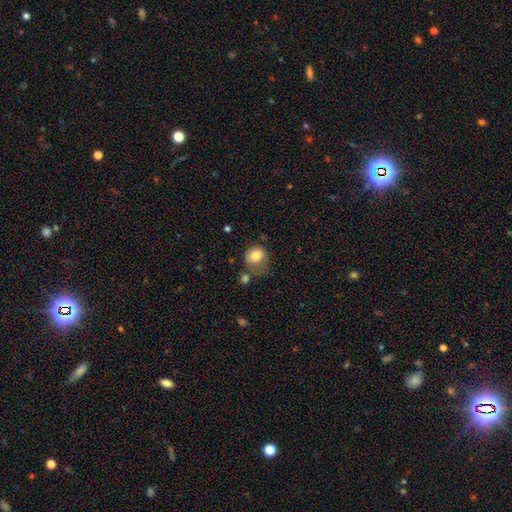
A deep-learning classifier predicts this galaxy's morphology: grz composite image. It shows a smooth galaxy with no disk features (79%) that is round (66%). Merging: none (40%).